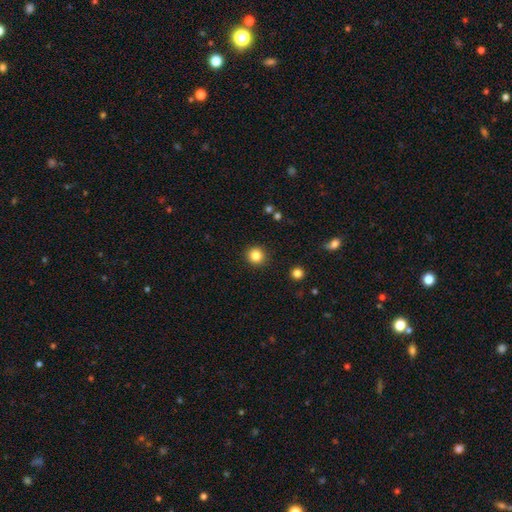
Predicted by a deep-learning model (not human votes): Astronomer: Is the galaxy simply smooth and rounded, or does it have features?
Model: smooth — 84%.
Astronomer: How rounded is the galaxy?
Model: round — 94%.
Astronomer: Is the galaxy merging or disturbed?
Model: none — 92%.